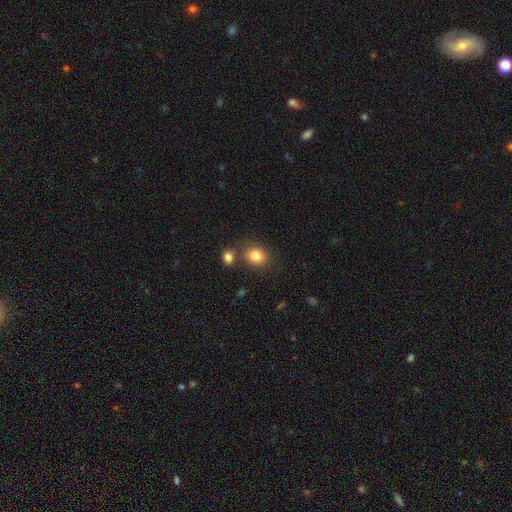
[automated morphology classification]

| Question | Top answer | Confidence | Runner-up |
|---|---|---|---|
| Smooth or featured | smooth | 84% | star or artifact (10%) |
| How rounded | round | 69% | in between (31%) |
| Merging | none | 70% | merger (15%) |